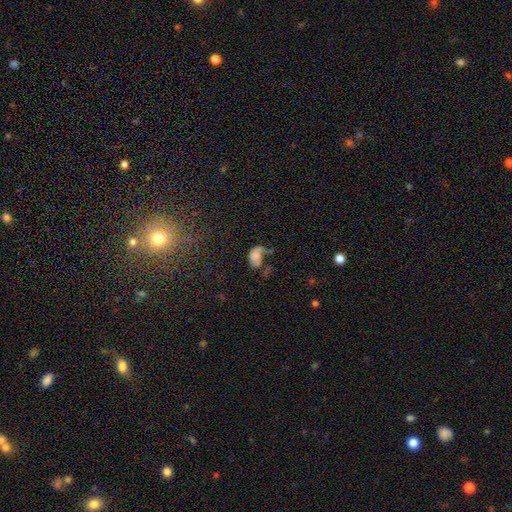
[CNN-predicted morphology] type=smooth (52%); roundness=in between (86%); merging=major disturbance (37%).